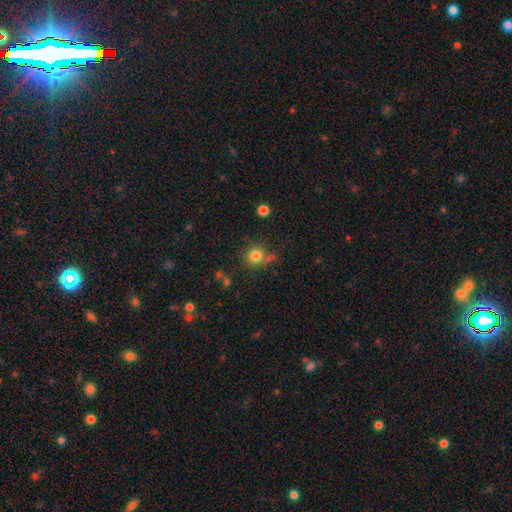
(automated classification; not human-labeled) The model was most divided on "merging": none: 71%, minor disturbance: 14%, merger: 10%, major disturbance: 5%. More confident: how rounded — round (90%); smooth or featured — smooth (81%).